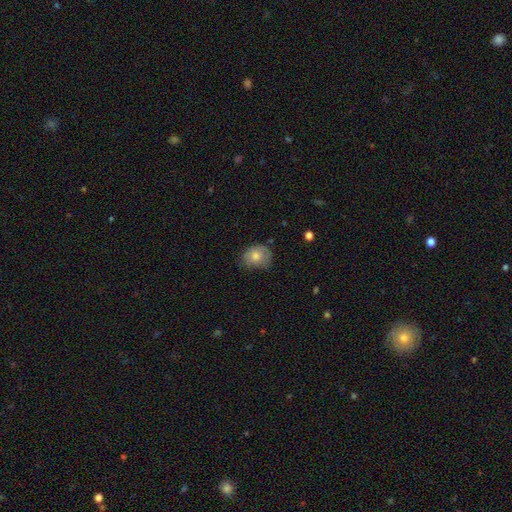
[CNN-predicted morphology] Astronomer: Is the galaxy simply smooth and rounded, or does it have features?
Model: smooth — 74%.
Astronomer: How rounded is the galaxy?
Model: round — 53% (runner-up: in between, 46%).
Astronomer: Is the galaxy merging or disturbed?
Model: none — 66%.